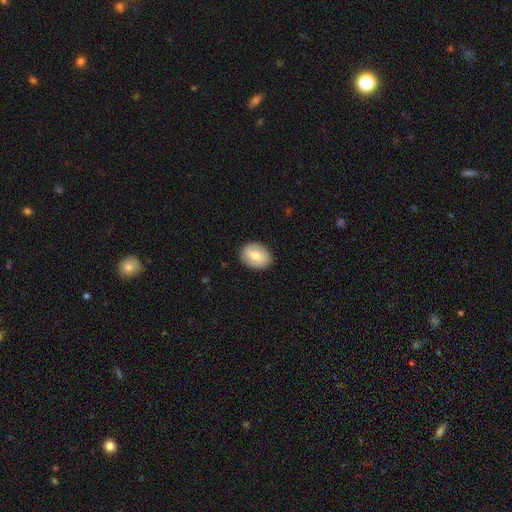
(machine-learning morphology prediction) type=smooth (72%); roundness=in between (58%); merging=none (88%).